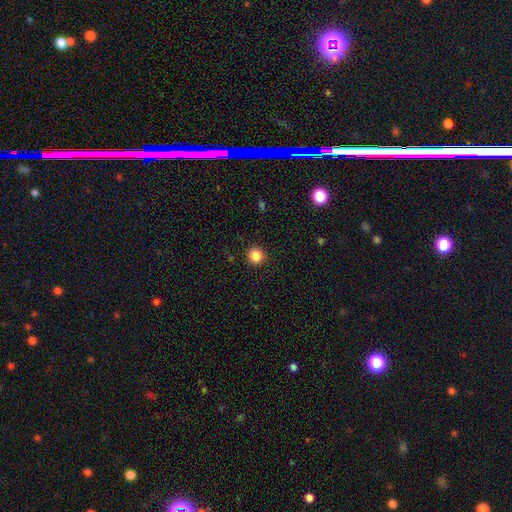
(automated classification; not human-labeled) A smooth galaxy with no disk features (85%) that is round (93%).

Vote fractions:
- Smooth or featured? smooth: 85% / star or artifact: 11% / featured or disk: 4%
- How rounded? round: 93% / in between: 6% / cigar-shaped: 1%
- Merging? none: 91% / minor disturbance: 6% / major disturbance: 2% / merger: 1%